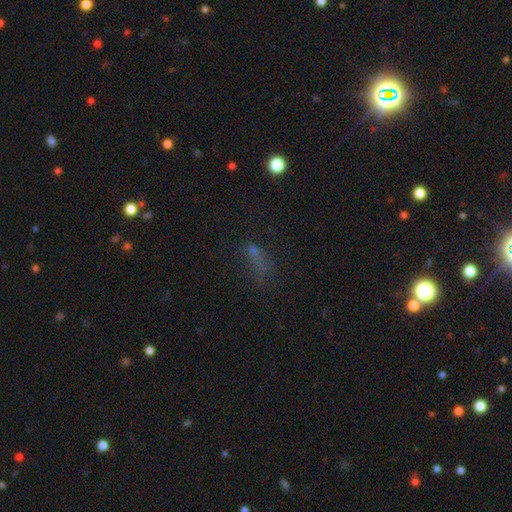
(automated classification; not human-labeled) smooth 46%, star or artifact 33%, featured or disk 20%. Down the decision tree: merging — none (40%).